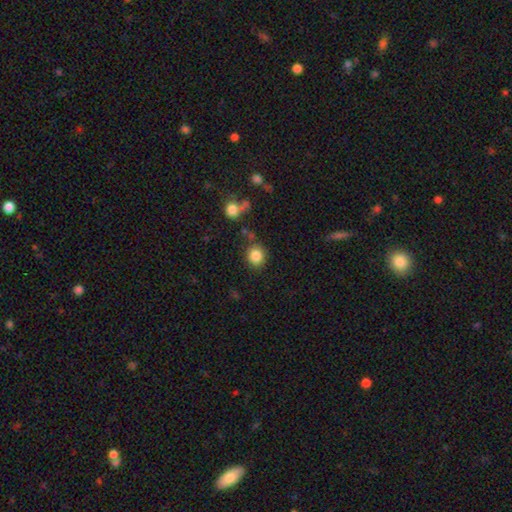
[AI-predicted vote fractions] This is clearly a smooth galaxy (85%). How rounded: clearly round (81%). Merging: likely none (80%).